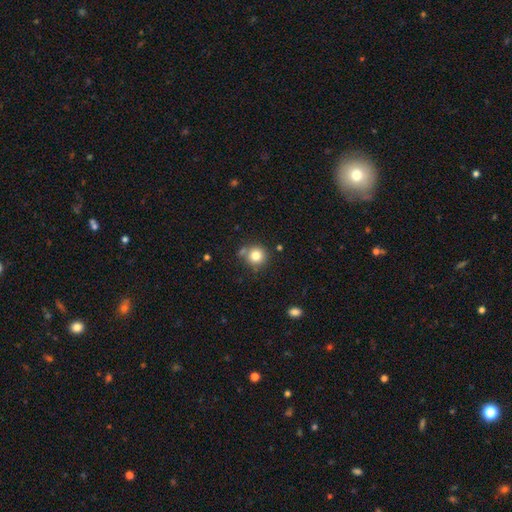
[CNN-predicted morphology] A smooth galaxy with no disk features (80%) that is round (92%).

Vote fractions:
- Smooth or featured? smooth: 80% / star or artifact: 12% / featured or disk: 8%
- How rounded? round: 92% / in between: 7% / cigar-shaped: 1%
- Merging? none: 72% / merger: 12% / minor disturbance: 12% / major disturbance: 4%